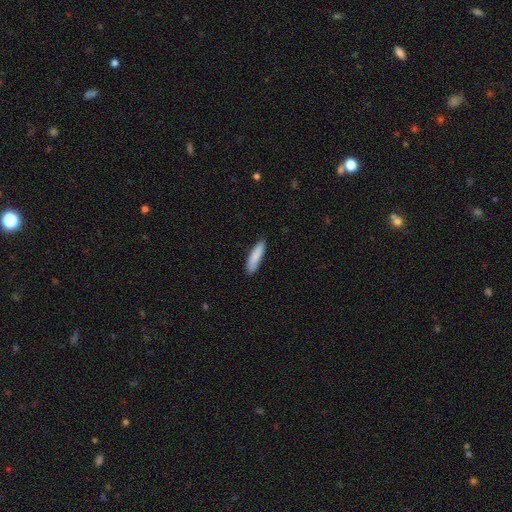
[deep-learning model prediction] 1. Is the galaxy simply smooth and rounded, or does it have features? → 86% smooth, 8% featured or disk, 6% star or artifact.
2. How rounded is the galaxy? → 73% cigar-shaped, 25% in between, 1% round.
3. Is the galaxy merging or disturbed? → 84% none, 13% minor disturbance, 2% major disturbance, 1% merger.